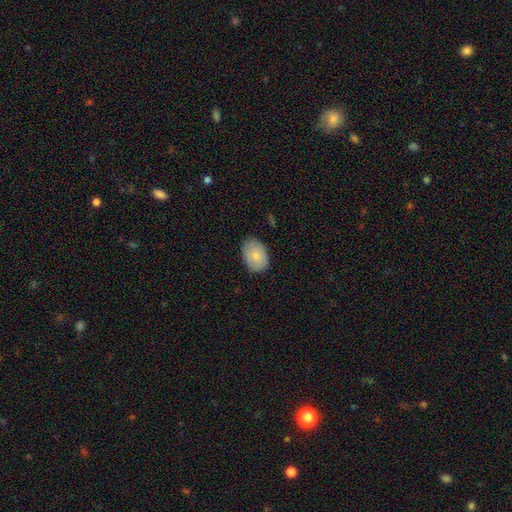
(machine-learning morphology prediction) Smooth or featured: smooth — 80% (featured or disk — 13%)
How rounded: in between — 78% (round — 21%)
Merging: none — 81% (minor disturbance — 15%)